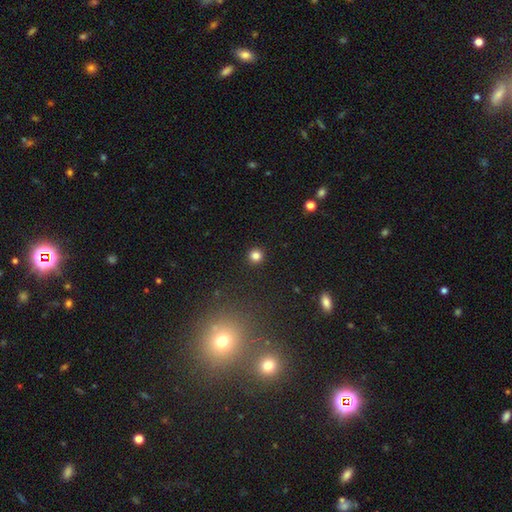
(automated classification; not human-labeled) Overall: smooth (82%). How rounded: round (95%). Merging: none (93%).